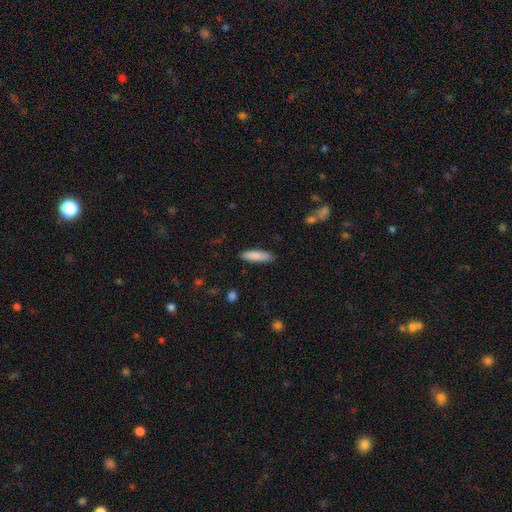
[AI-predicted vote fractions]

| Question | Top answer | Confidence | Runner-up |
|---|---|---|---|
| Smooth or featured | smooth | 87% | featured or disk (8%) |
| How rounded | cigar-shaped | 68% | in between (30%) |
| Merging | none | 85% | minor disturbance (11%) |